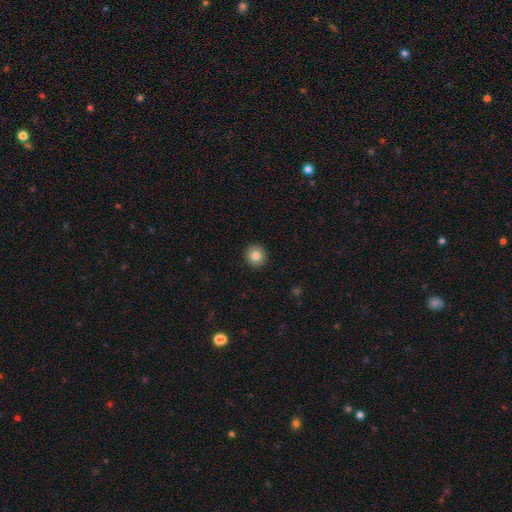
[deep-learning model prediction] Smooth or featured: smooth — 81% (star or artifact — 10%)
How rounded: round — 94% (in between — 5%)
Merging: none — 93% (minor disturbance — 4%)